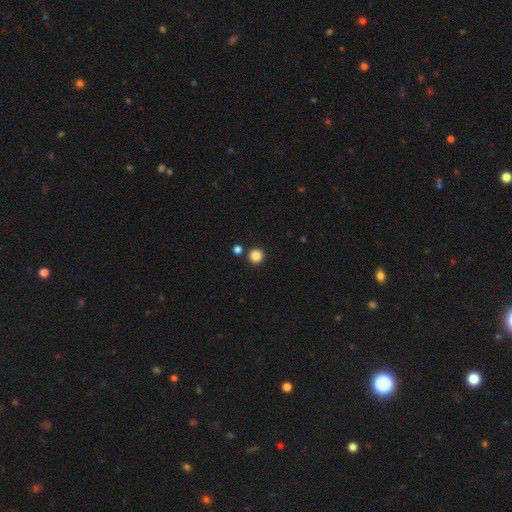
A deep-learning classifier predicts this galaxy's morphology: Smooth or featured: smooth — 86% (star or artifact — 11%)
How rounded: round — 95% (in between — 4%)
Merging: none — 88% (merger — 5%)